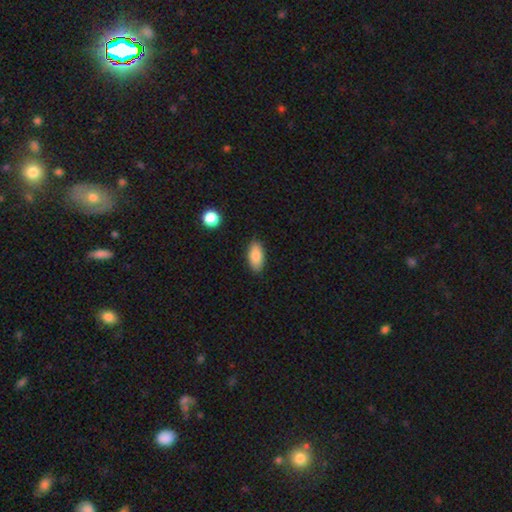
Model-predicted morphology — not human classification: smooth-or-featured: smooth: 86% | featured or disk: 7% | star or artifact: 7%
  how-rounded: in between: 91% | cigar-shaped: 6% | round: 3%
  merging: none: 86% | minor disturbance: 10% | major disturbance: 2% | merger: 1%